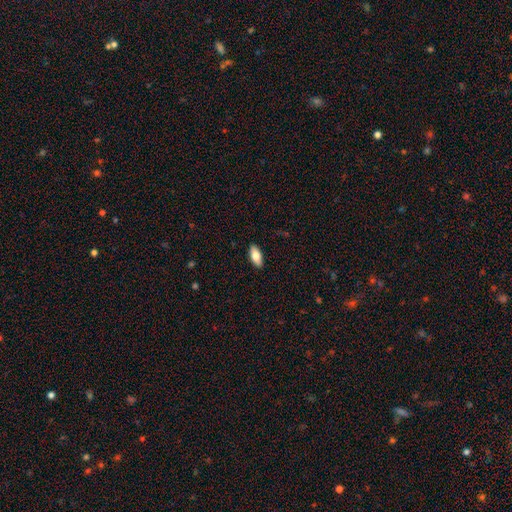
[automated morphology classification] type=smooth (78%); roundness=in between (87%); merging=none (90%).